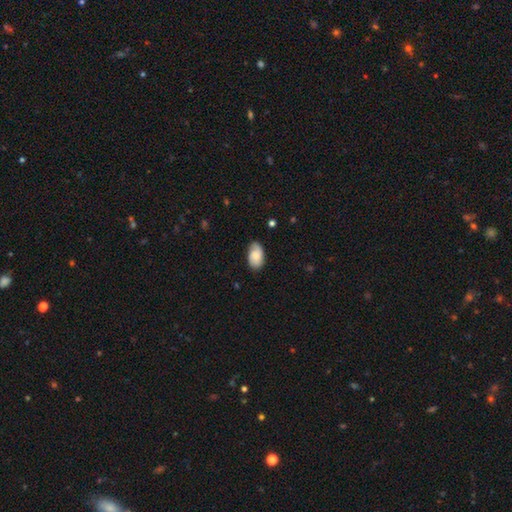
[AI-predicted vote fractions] smooth-or-featured: smooth: 62% | featured or disk: 31% | star or artifact: 7%
  how-rounded: in between: 92% | round: 6% | cigar-shaped: 2%
  merging: none: 74% | minor disturbance: 21% | major disturbance: 4% | merger: 1%